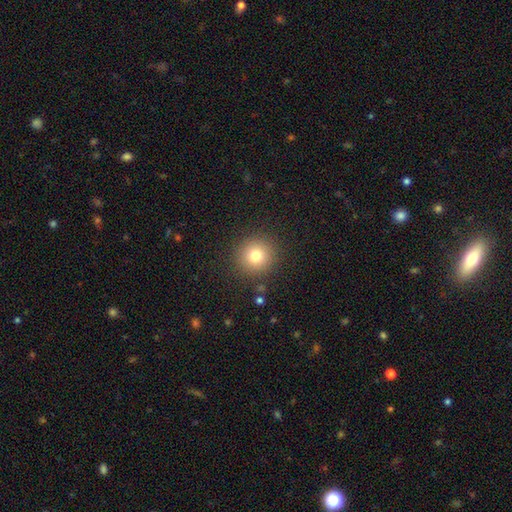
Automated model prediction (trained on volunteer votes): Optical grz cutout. It shows a smooth galaxy with no disk features (78%) that is round (94%). Merging: none (90%).